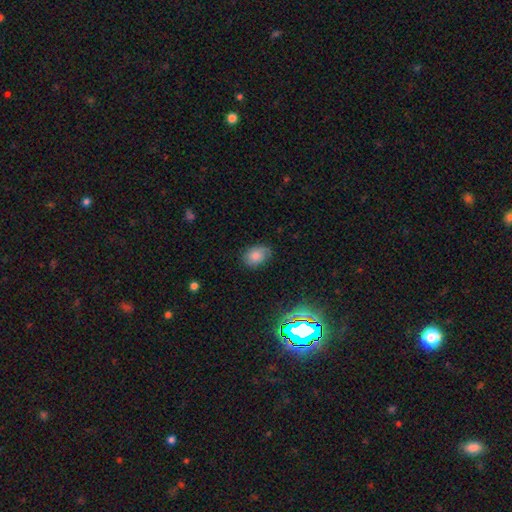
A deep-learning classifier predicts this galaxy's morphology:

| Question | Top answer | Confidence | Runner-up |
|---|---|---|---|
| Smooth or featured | smooth | 79% | featured or disk (11%) |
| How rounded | in between | 75% | round (24%) |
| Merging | none | 74% | minor disturbance (21%) |